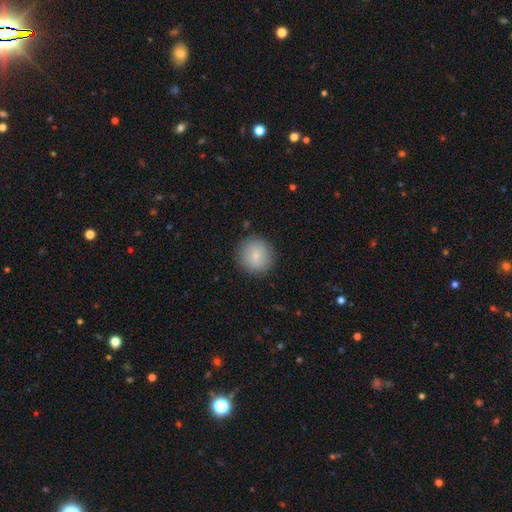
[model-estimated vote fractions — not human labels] The model was most divided on "smooth or featured": smooth: 84%, star or artifact: 8%, featured or disk: 8%. More confident: how rounded — round (91%); merging — none (89%).